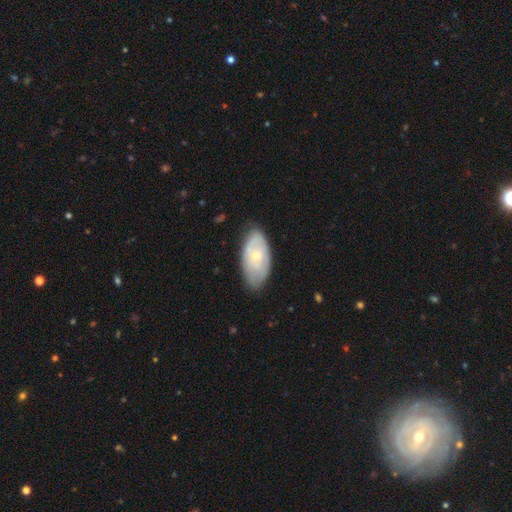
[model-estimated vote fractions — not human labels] A smooth galaxy with no disk features (47%, tied with featured or disk). Merging: none (70%).